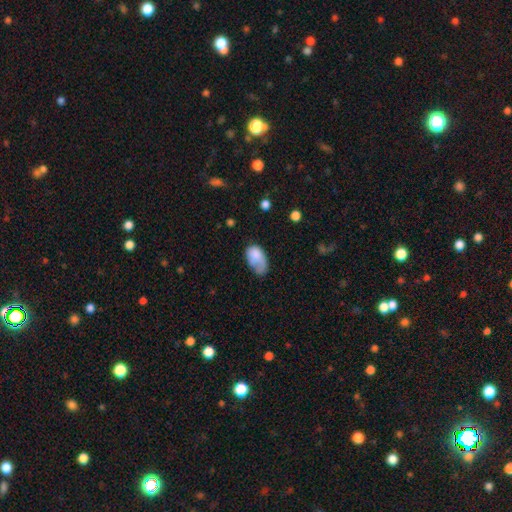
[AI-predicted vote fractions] smooth 74%, featured or disk 19%, star or artifact 7%. Down the decision tree: how rounded — in between (92%); merging — none (35%).